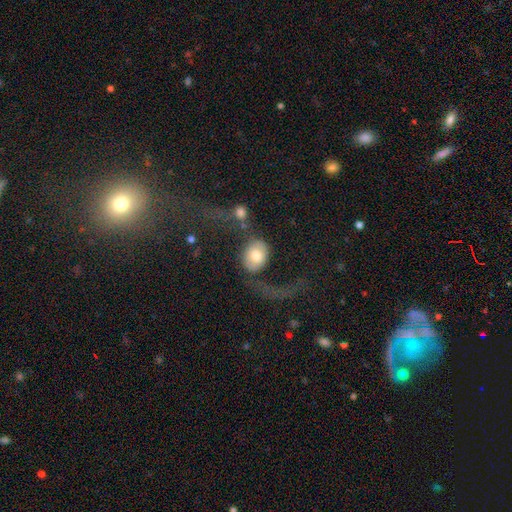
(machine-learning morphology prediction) smooth-or-featured: smooth: 67% | featured or disk: 27% | star or artifact: 7%
  how-rounded: round: 51% | in between: 47% | cigar-shaped: 2%
  merging: major disturbance: 43% | none: 32% | merger: 13% | minor disturbance: 12%